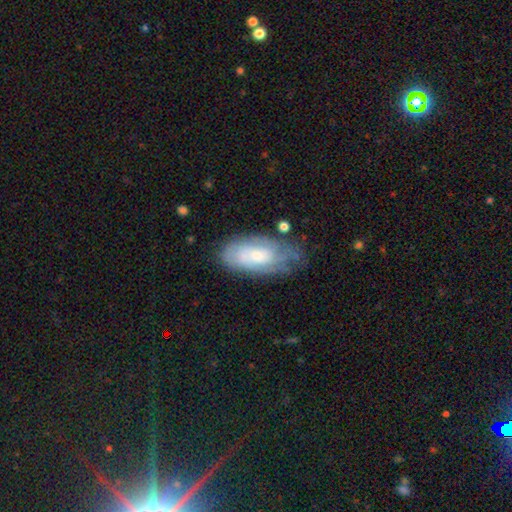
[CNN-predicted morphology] type=featured or disk (56%); edge-on=no (92%); bar=no (73%); spiral arms=yes (74%); bulge=small (45%); merging=none (58%).